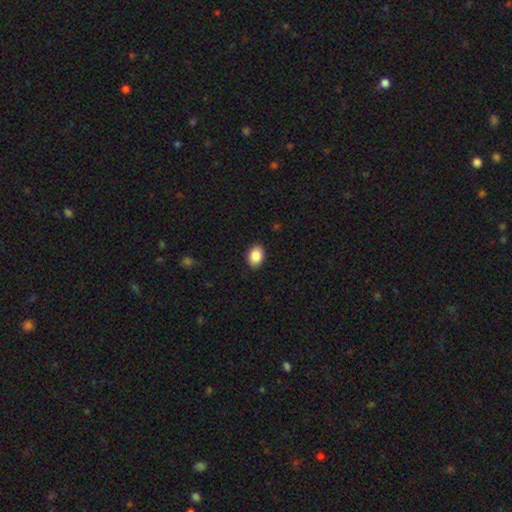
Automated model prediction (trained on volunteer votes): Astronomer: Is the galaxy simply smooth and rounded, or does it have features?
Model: smooth — 86%.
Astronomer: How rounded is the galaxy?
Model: in between — 73%.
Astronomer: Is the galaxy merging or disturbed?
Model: none — 89%.